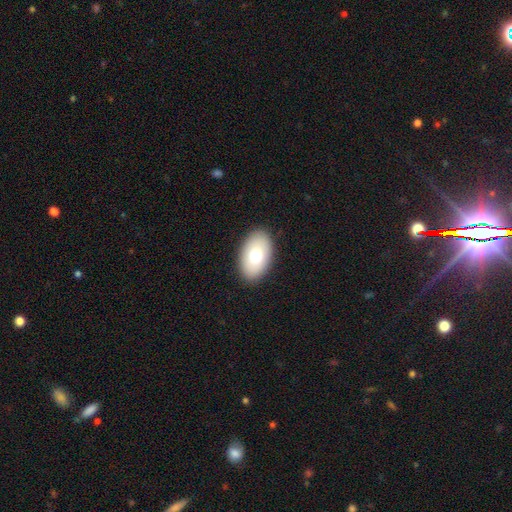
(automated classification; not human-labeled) smooth-or-featured: smooth: 73% | featured or disk: 20% | star or artifact: 7%
  how-rounded: in between: 93% | round: 6% | cigar-shaped: 1%
  merging: none: 89% | minor disturbance: 8% | major disturbance: 2% | merger: 1%